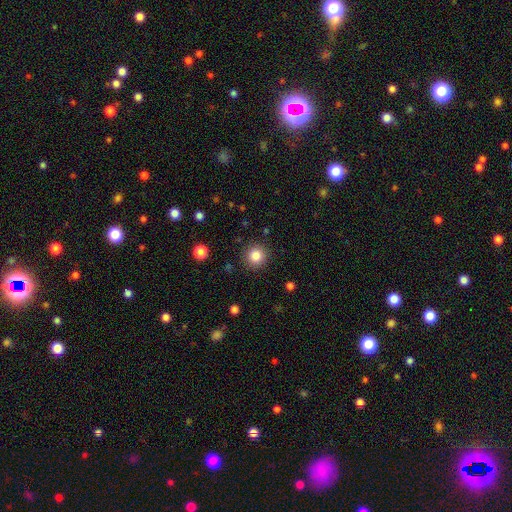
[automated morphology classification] Q: Smooth or featured?
A: smooth (84%); runner-up: star or artifact (11%)
Q: How rounded?
A: round (94%); runner-up: in between (5%)
Q: Merging?
A: none (90%); runner-up: minor disturbance (6%)